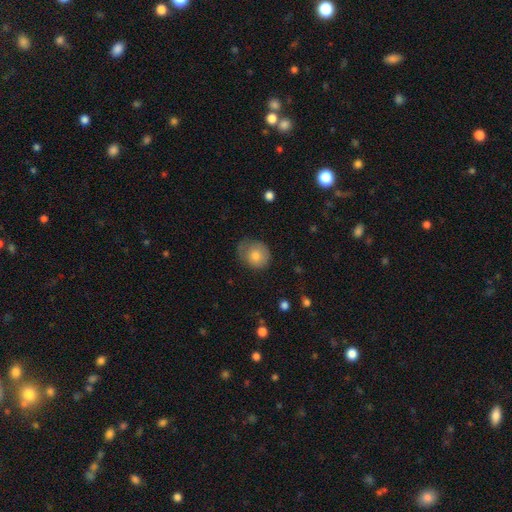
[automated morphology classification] A smooth galaxy with no disk features (74%) that is round (71%). Merging: none (57%).